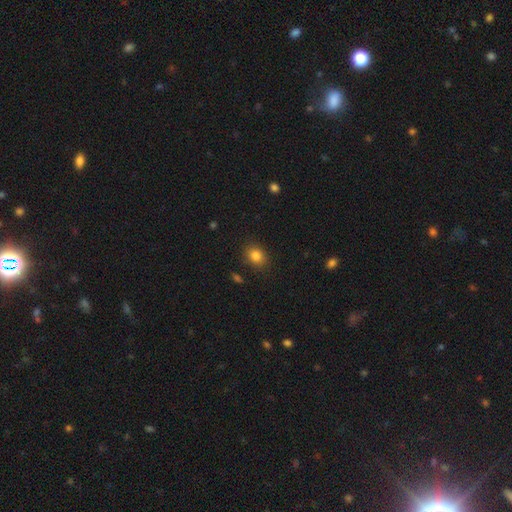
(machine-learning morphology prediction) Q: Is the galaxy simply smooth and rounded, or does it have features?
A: smooth — 83%.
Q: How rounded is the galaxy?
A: round — 53%.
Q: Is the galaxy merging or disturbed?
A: none — 85%.